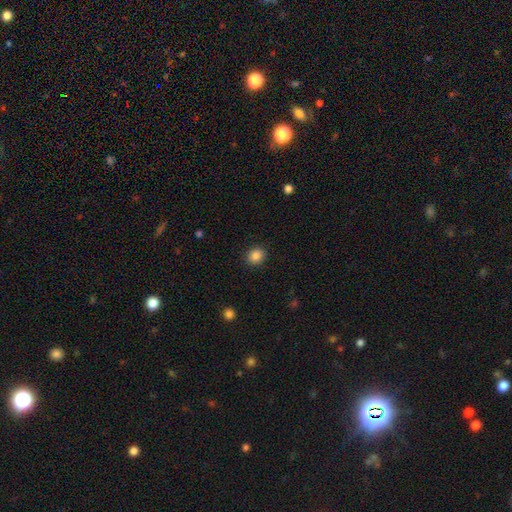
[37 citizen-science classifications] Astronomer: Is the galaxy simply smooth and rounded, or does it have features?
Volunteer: smooth — 92%.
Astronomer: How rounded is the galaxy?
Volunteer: round — 65%.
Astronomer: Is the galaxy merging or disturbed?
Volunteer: none — 91%.